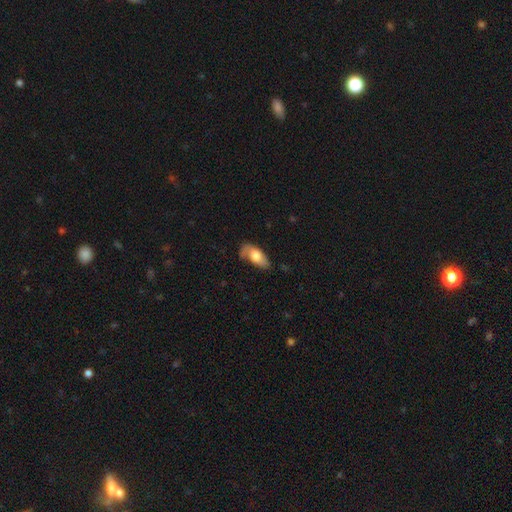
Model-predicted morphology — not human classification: Overall: smooth (67%). How rounded: in between (85%). Merging: none (49%; minor disturbance 32%).